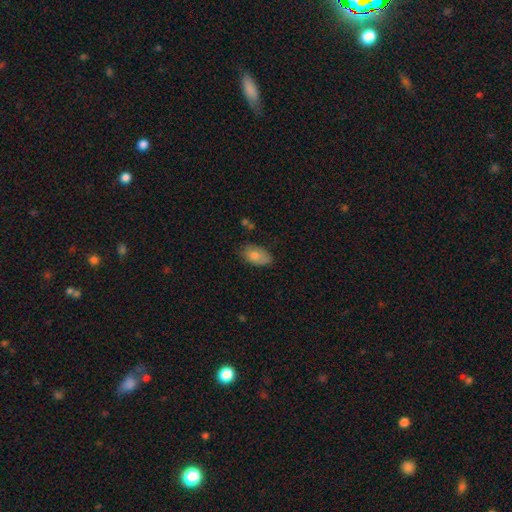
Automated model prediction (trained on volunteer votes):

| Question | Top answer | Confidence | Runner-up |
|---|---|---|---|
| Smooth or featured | smooth | 81% | featured or disk (12%) |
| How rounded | in between | 92% | round (6%) |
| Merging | none | 70% | minor disturbance (23%) |